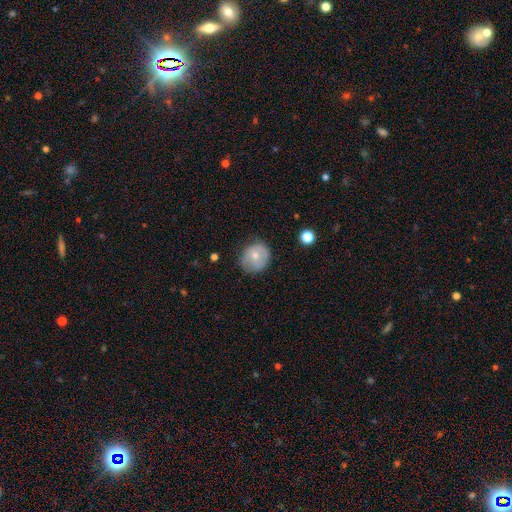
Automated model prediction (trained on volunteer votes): This is likely a smooth galaxy (61%). How rounded: likely round (79%). Merging: likely none (67%).